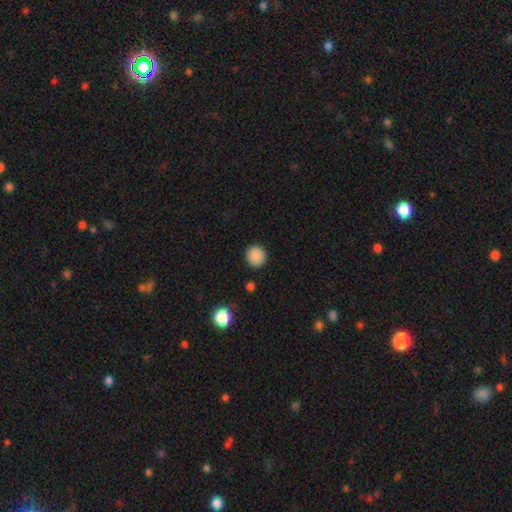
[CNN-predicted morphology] A smooth galaxy with no disk features (88%) that is round (94%). Merging: none (91%).